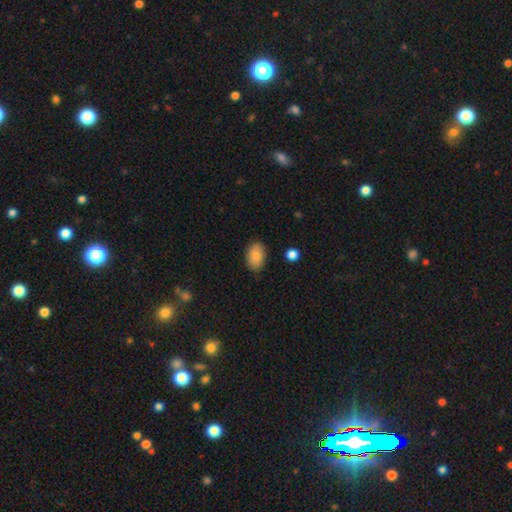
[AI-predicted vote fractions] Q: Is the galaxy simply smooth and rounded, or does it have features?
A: smooth — 84%.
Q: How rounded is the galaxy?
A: in between — 88%.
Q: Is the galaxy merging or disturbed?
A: none — 84%.